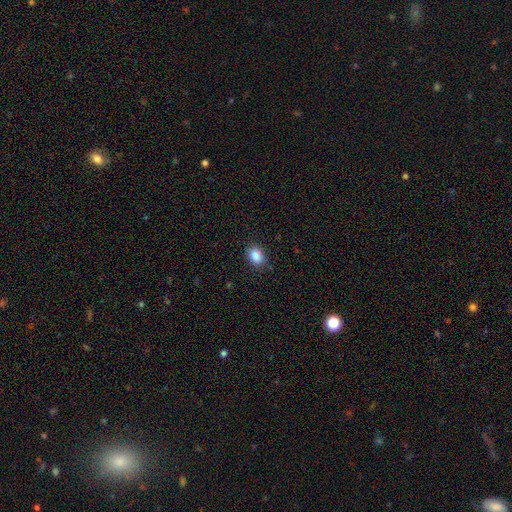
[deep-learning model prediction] Overall: smooth (88%). How rounded: in between (72%). Merging: none (82%).